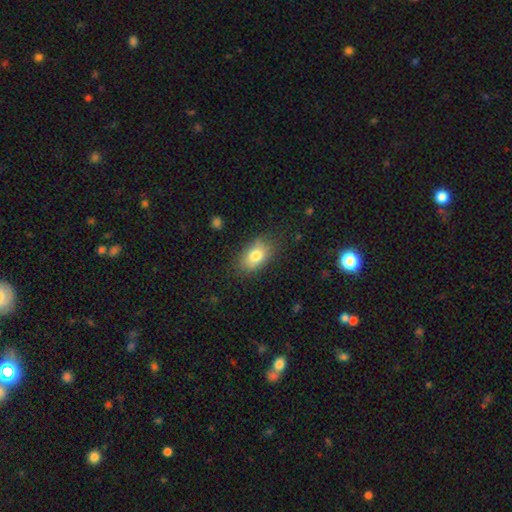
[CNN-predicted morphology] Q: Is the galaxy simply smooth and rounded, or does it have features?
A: smooth — 79%.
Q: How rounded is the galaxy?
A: in between — 87%.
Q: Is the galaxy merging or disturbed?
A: none — 77%.